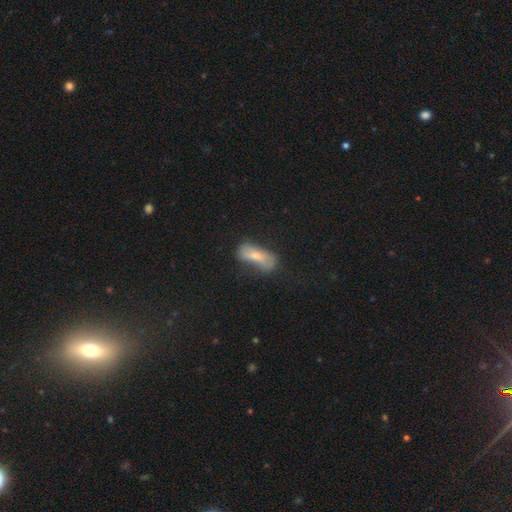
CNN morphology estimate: Overall: smooth (60%; featured or disk 31%). How rounded: in between (69%). Merging: none (44%; minor disturbance 31%).